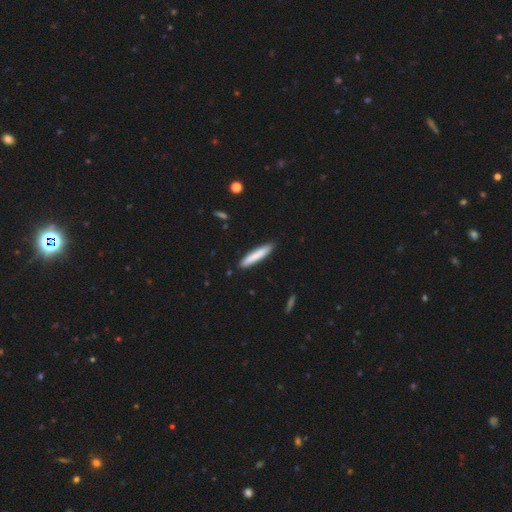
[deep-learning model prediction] This appears to be a smooth galaxy with no disk features (80%) that is cigar-shaped (91%). Merging: none (90%).